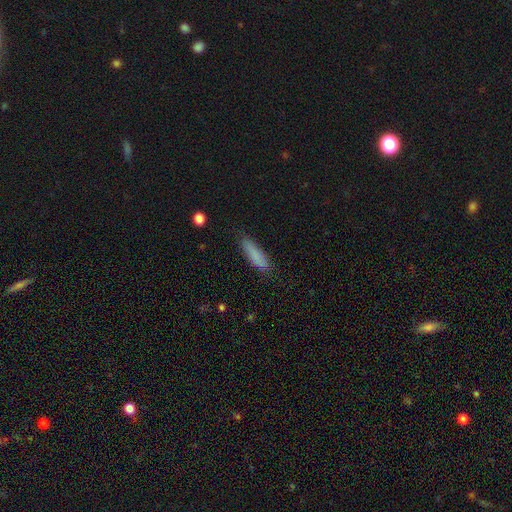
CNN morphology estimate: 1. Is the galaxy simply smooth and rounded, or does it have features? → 84% smooth, 9% featured or disk, 7% star or artifact.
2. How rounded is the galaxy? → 69% cigar-shaped, 29% in between, 2% round.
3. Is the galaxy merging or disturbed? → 80% none, 15% minor disturbance, 3% major disturbance, 1% merger.